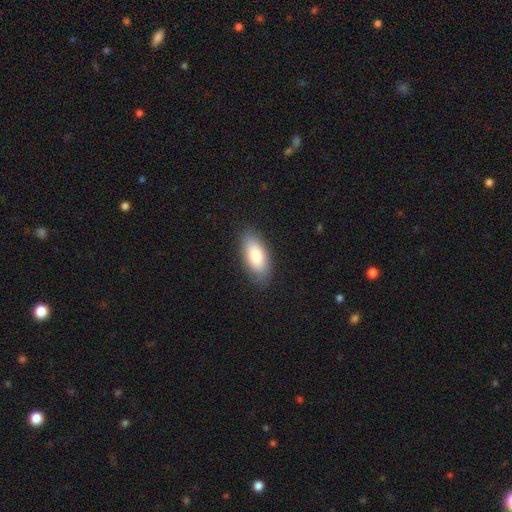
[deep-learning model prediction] Smooth or featured? smooth (82%)
How rounded? in between (87%)
Merging? none (85%)